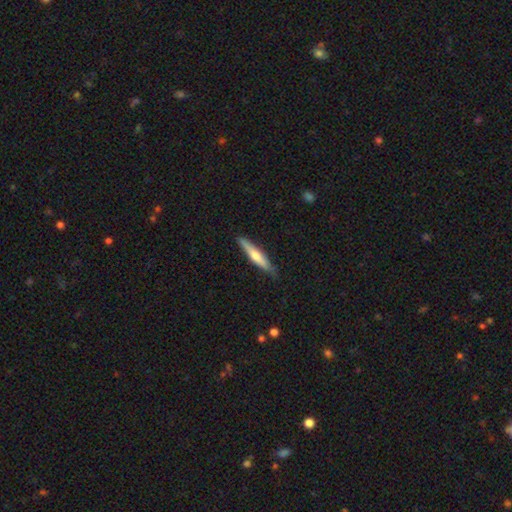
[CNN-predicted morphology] A smooth galaxy with no disk features (50%). Merging: none (86%).